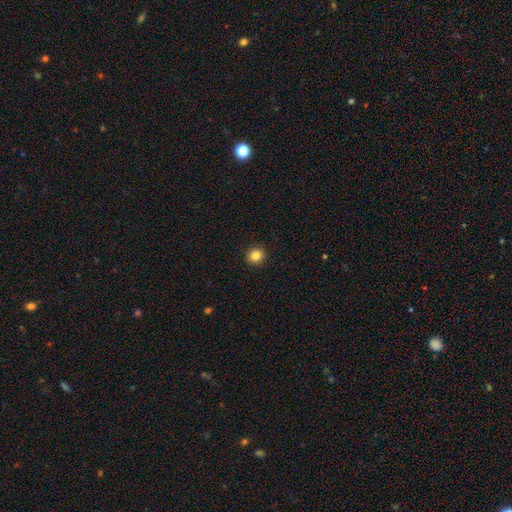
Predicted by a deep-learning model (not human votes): Smooth or featured? Predicted: smooth (p=0.84). How rounded? Predicted: round (p=0.89). Merging? Predicted: none (p=0.93).